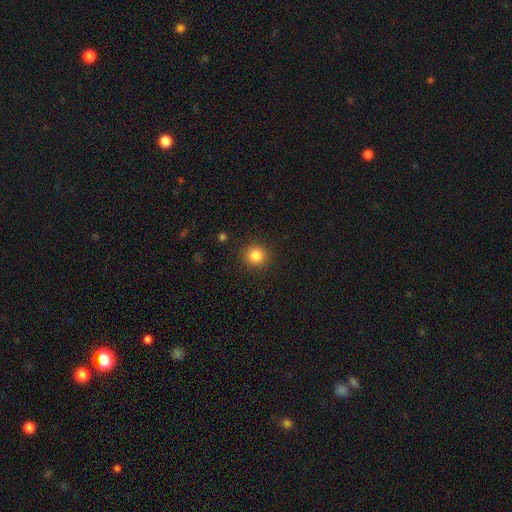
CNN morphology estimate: This is clearly a smooth galaxy (83%). How rounded: clearly round (92%). Merging: clearly none (91%).